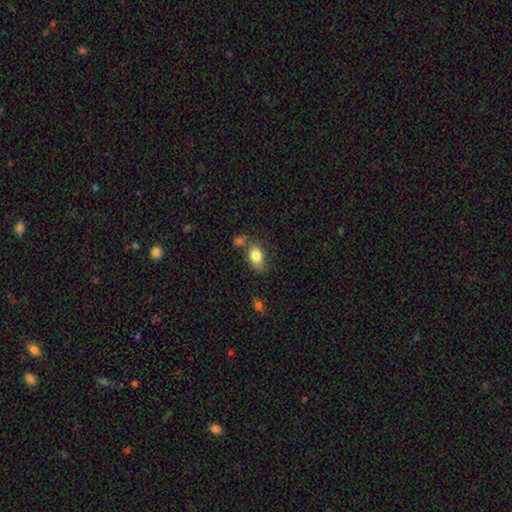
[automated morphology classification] This is clearly a smooth galaxy (82%). How rounded: clearly in between (82%). Merging: possibly none (59%).